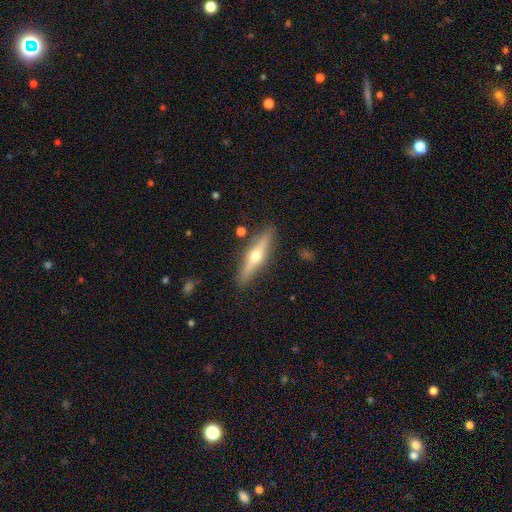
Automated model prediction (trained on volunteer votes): Q: Smooth or featured?
A: featured or disk (67%); runner-up: smooth (27%)
Q: Edge-on disk?
A: yes (95%); runner-up: no (5%)
Q: Edge-on bulge?
A: rounded (94%); runner-up: none (3%)
Q: Merging?
A: none (87%); runner-up: minor disturbance (9%)